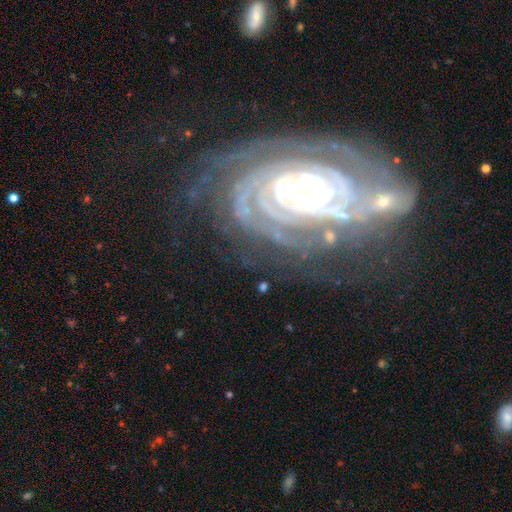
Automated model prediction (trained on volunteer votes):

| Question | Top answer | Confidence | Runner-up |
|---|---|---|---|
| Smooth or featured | featured or disk | 88% | star or artifact (7%) |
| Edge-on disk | no | 96% | yes (4%) |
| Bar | no | 72% | weak (15%) |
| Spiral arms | yes | 98% | no (2%) |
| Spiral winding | tight | 84% | medium (13%) |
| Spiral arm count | can't tell | 23% | 2 (21%) |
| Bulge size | small | 75% | moderate (19%) |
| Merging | none | 60% | minor disturbance (18%) |